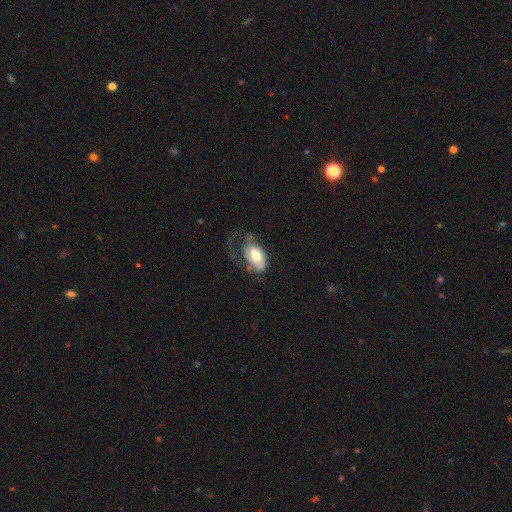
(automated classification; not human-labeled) Smooth or featured? Predicted: smooth (p=0.56). How rounded? Predicted: in between (p=0.93). Merging? Predicted: major disturbance (p=0.47).